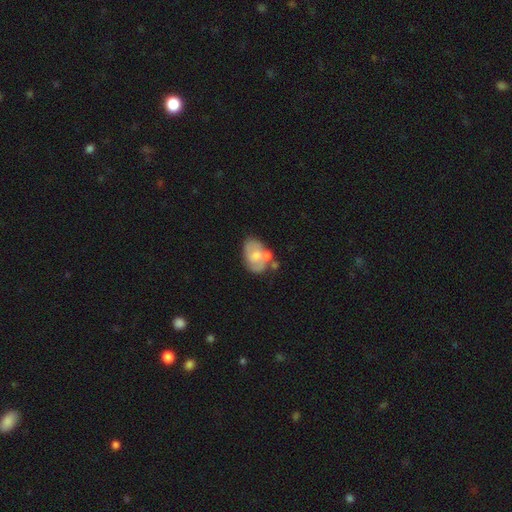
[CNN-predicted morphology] A featured or disk galaxy (56%) with no bar (65%), spiral arms (64%) and a moderate central bulge (45%).

Vote fractions:
- Smooth or featured? featured or disk: 56% / smooth: 37% / star or artifact: 7%
- Edge-on disk? no: 97% / yes: 3%
- Bar? no: 65% / weak: 30% / strong: 5%
- Spiral arms? yes: 64% / no: 36%
- Bulge size? moderate: 45% / small: 32% / none: 14% / large: 8% / dominant: 2%
- Merging? none: 44% / merger: 23% / minor disturbance: 23% / major disturbance: 10%